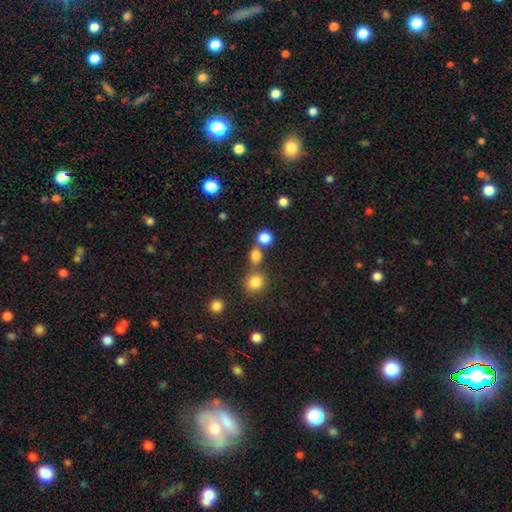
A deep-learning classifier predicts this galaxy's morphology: Smooth or featured? Predicted: smooth (p=0.79). How rounded? Predicted: round (p=0.79). Merging? Predicted: none (p=0.63).